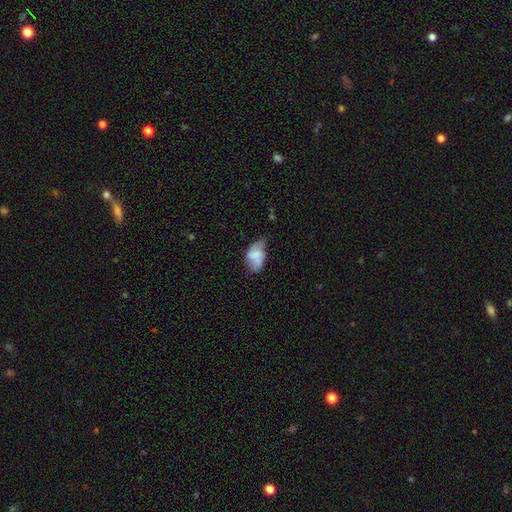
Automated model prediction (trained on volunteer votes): The model was most divided on "merging": minor disturbance: 40%, none: 33%, major disturbance: 22%, merger: 5%. More confident: how rounded — in between (90%); smooth or featured — smooth (57%).